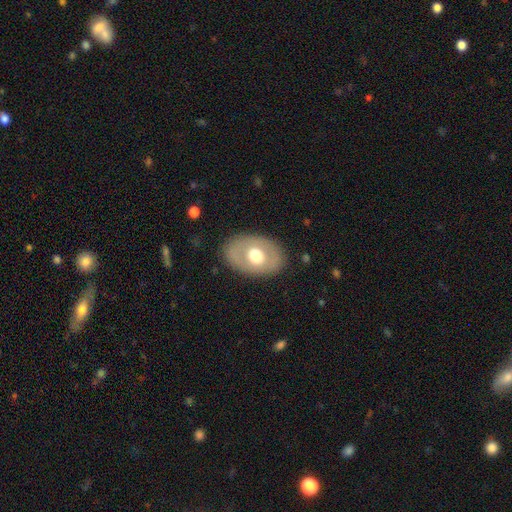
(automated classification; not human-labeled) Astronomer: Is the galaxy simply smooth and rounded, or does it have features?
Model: smooth — 55% (runner-up: featured or disk, 39%).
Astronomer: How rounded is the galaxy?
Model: in between — 78%.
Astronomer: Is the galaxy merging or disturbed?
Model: none — 83%.